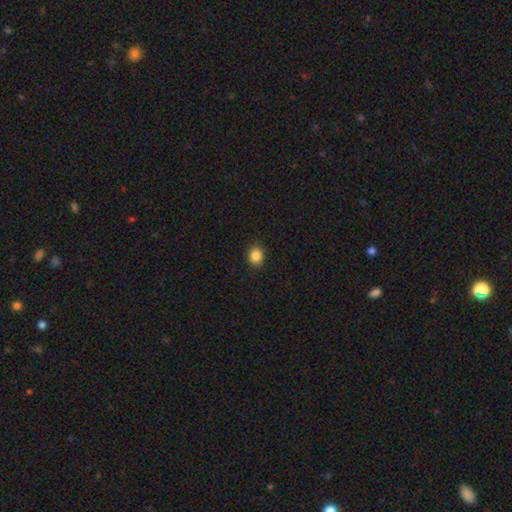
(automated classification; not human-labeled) This is clearly a smooth galaxy (86%). How rounded: likely round (68%). Merging: clearly none (90%).